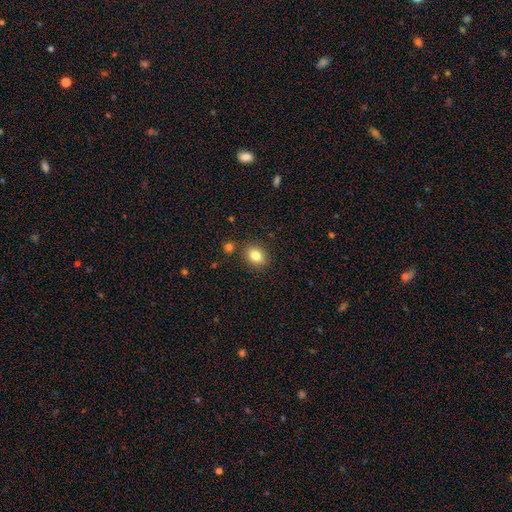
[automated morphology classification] Overall: smooth (83%). How rounded: in between (56%; round 43%). Merging: none (84%).